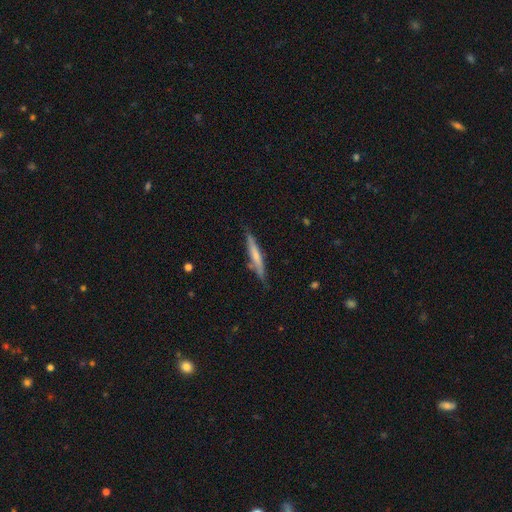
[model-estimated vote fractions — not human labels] Morphology: type=smooth (51%); roundness=cigar-shaped (93%); merging=none (77%).